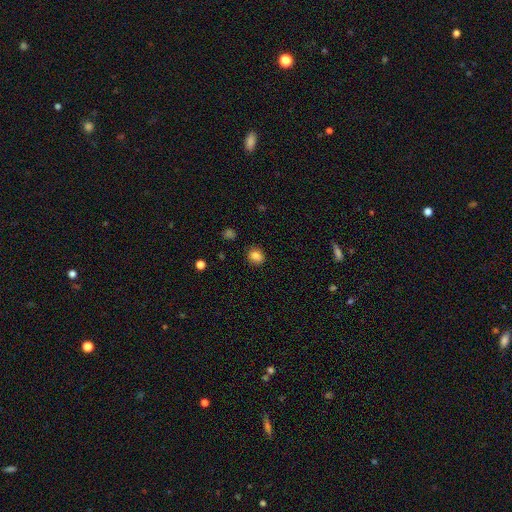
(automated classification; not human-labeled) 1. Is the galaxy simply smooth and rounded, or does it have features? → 82% smooth, 11% star or artifact, 7% featured or disk.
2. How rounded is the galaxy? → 62% round, 37% in between, 1% cigar-shaped.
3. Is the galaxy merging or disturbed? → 87% none, 9% minor disturbance, 2% major disturbance, 1% merger.